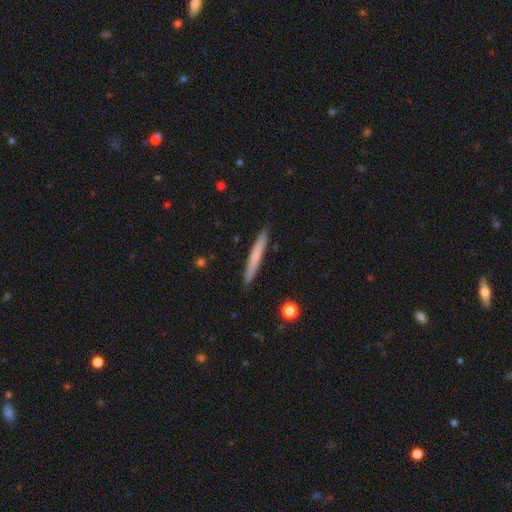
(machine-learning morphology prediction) type=smooth (64%); roundness=cigar-shaped (97%); merging=none (91%).